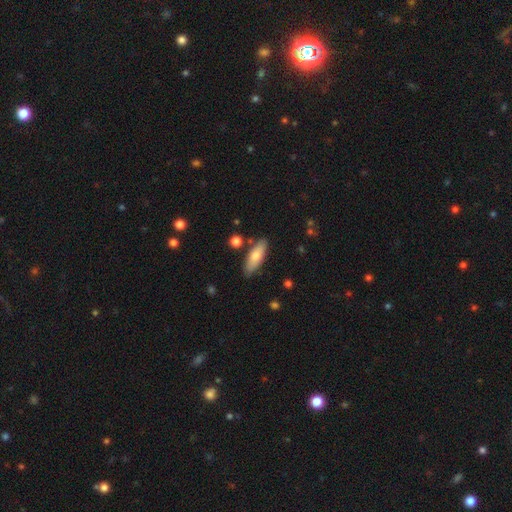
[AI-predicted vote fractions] smooth_or_featured: smooth (p=0.74) [alt: featured or disk p=0.20]
how_rounded: in between (p=0.61) [alt: cigar-shaped p=0.37]
merging: none (p=0.83) [alt: minor disturbance p=0.11]